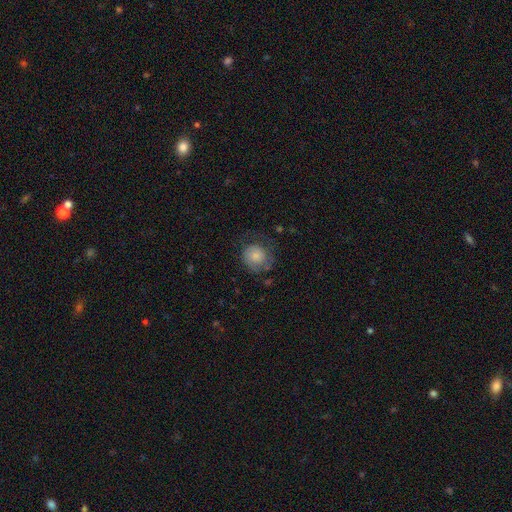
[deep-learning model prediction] Smooth or featured?
  - smooth: 68% *
  - featured or disk: 24%
  - star or artifact: 8%
How rounded?
  - round: 83% *
  - in between: 16%
  - cigar-shaped: 1%
Merging?
  - none: 53% *
  - minor disturbance: 25%
  - major disturbance: 21%
  - merger: 2%